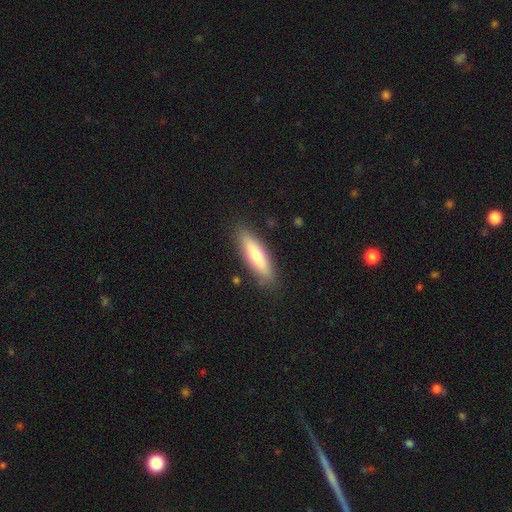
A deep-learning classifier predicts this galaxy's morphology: This is likely a smooth galaxy (63%). How rounded: likely cigar-shaped (66%). Merging: clearly none (86%).